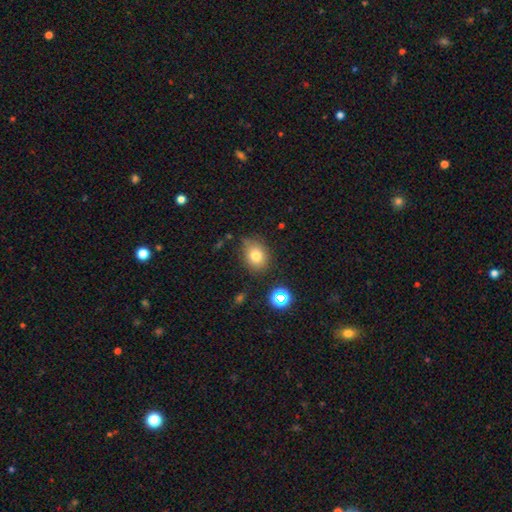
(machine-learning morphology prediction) A smooth galaxy with no disk features (76%) that is round (51%). Merging: none (73%).